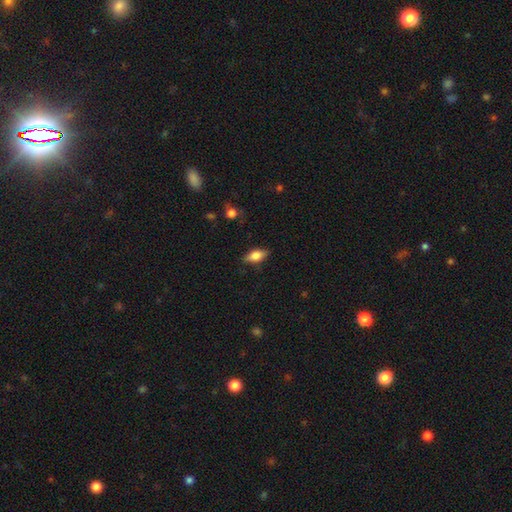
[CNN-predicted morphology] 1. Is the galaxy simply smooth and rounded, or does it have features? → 72% smooth, 20% featured or disk, 8% star or artifact.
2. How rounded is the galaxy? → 83% in between, 12% cigar-shaped, 5% round.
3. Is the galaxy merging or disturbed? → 83% none, 13% minor disturbance, 3% major disturbance, 1% merger.